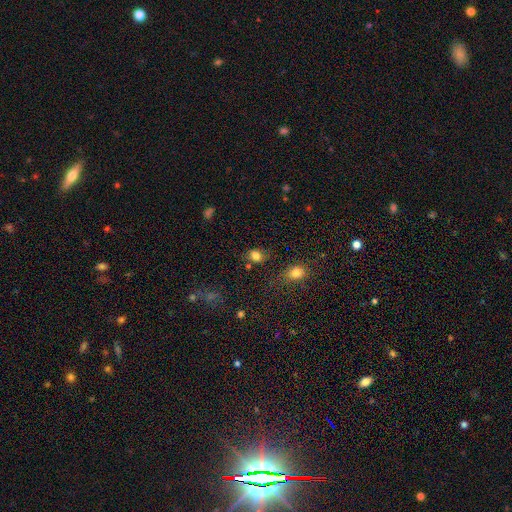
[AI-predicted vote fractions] The model was most divided on "how rounded": in between: 56%, round: 43%, cigar-shaped: 1%. More confident: smooth or featured — smooth (81%); merging — none (70%).